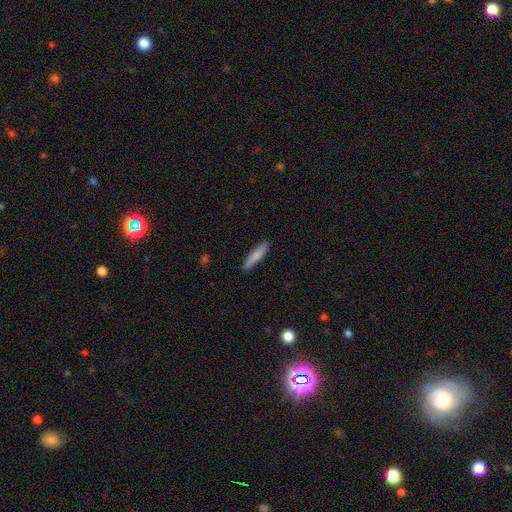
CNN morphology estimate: Smooth or featured? Predicted: smooth (p=0.79). How rounded? Predicted: cigar-shaped (p=0.87). Merging? Predicted: none (p=0.90).